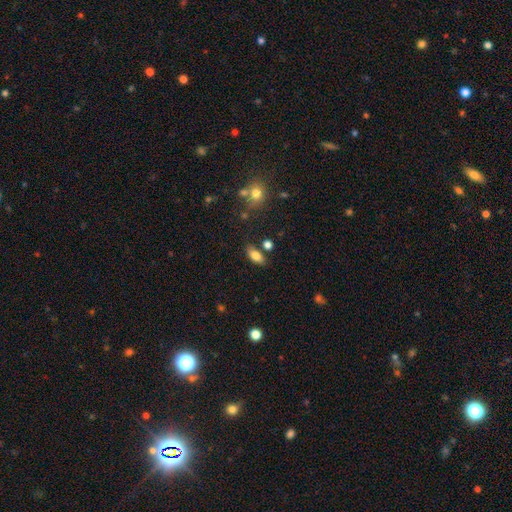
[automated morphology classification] Smooth or featured: smooth — 83% (star or artifact — 9%)
How rounded: in between — 88% (cigar-shaped — 7%)
Merging: none — 76% (minor disturbance — 13%)